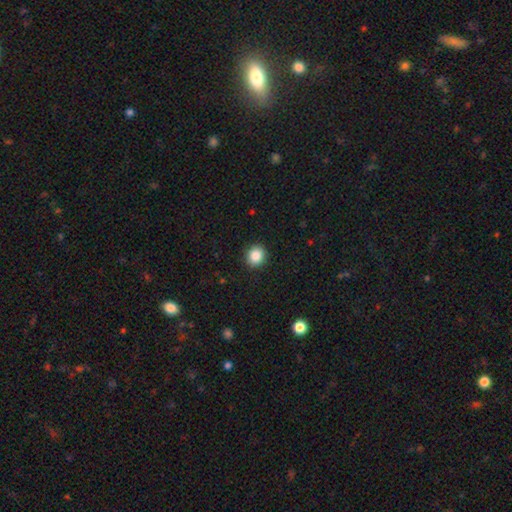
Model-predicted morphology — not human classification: This is clearly a smooth galaxy (87%). How rounded: likely round (79%). Merging: clearly none (91%).